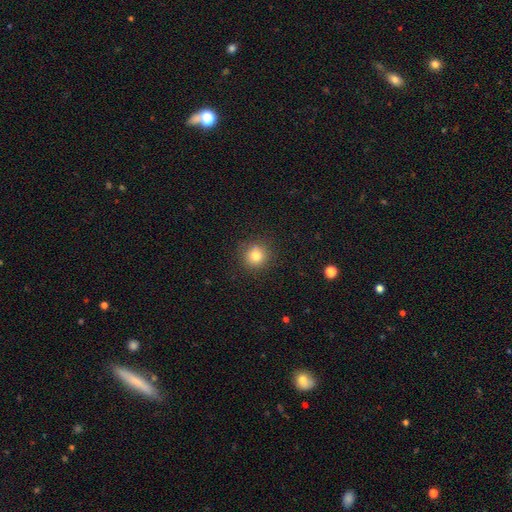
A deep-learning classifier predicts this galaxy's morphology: smooth 80%, star or artifact 13%, featured or disk 7%. Down the decision tree: how rounded — round (92%); merging — none (87%).